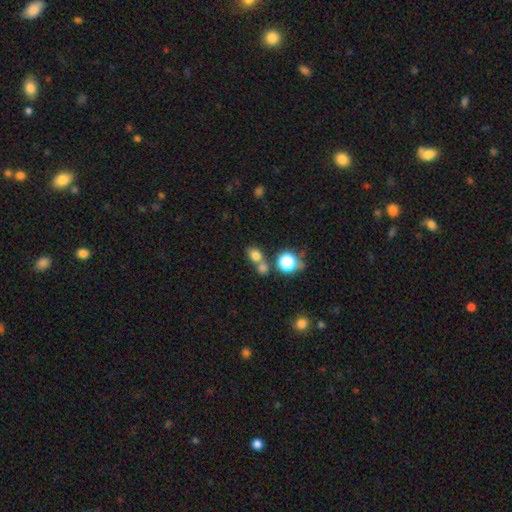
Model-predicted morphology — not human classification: Q: Smooth or featured?
A: smooth (74%); runner-up: star or artifact (18%)
Q: How rounded?
A: in between (50%); runner-up: round (49%)
Q: Merging?
A: none (52%); runner-up: merger (34%)